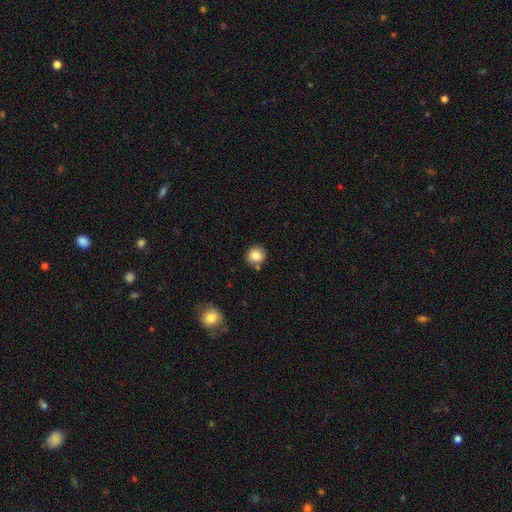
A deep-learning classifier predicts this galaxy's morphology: A smooth galaxy with no disk features (85%) that is round (91%). Merging: none (78%).